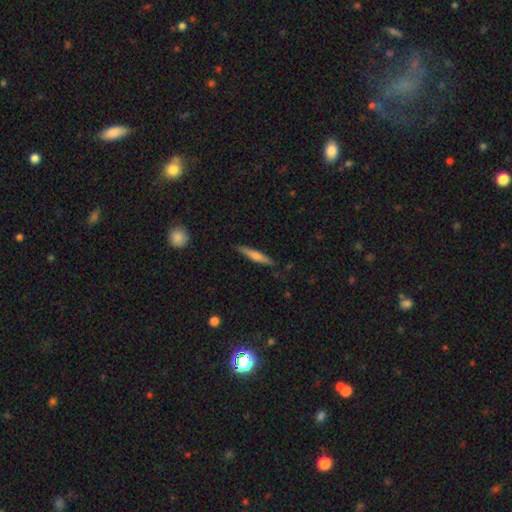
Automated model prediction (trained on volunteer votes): Smooth or featured: smooth — 49% (featured or disk — 45%)
Merging: none — 88% (minor disturbance — 9%)